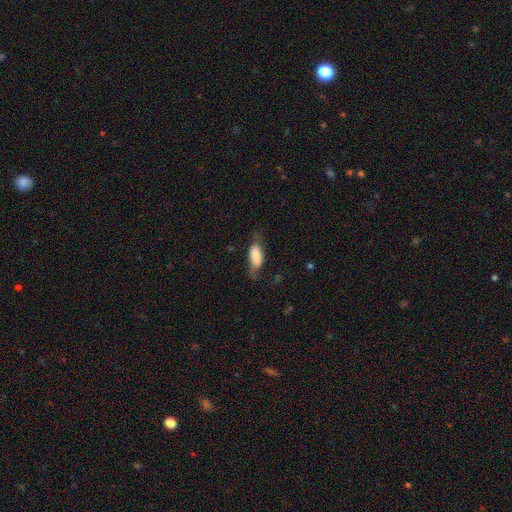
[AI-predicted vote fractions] smooth 72%, featured or disk 21%, star or artifact 7%. Down the decision tree: how rounded — in between (76%); merging — none (56%).